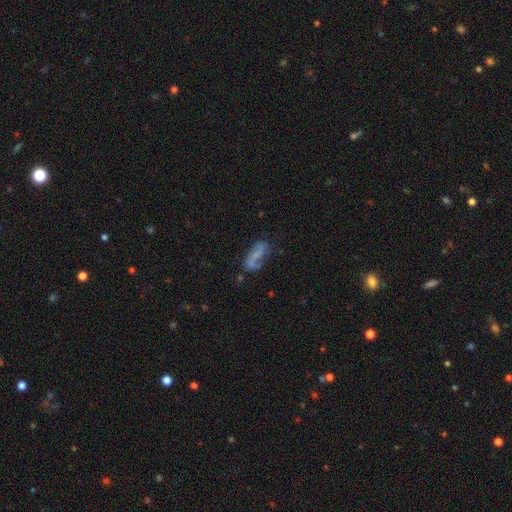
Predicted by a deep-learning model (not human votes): smooth_or_featured: featured or disk (p=0.52) [alt: smooth p=0.35]
disk_edge_on: no (p=0.91) [alt: yes p=0.09]
merging: none (p=0.45) [alt: minor disturbance p=0.23]